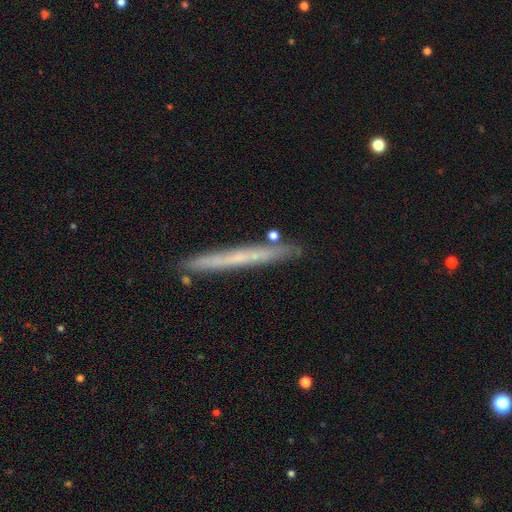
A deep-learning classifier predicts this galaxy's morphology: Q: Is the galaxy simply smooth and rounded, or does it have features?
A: featured or disk — 48%.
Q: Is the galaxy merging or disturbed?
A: none — 88%.